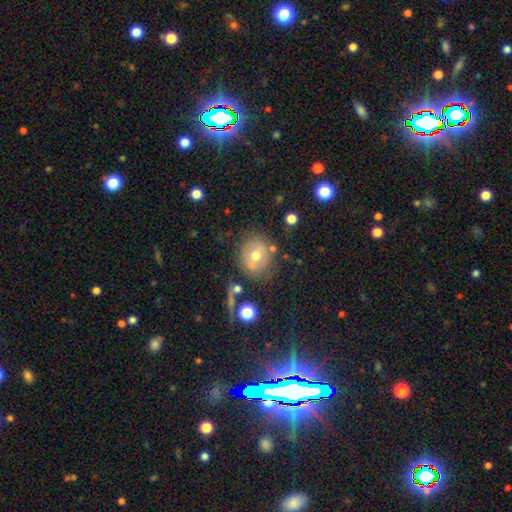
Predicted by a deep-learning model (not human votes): Morphology: type=smooth (59%); roundness=round (75%); merging=none (66%).